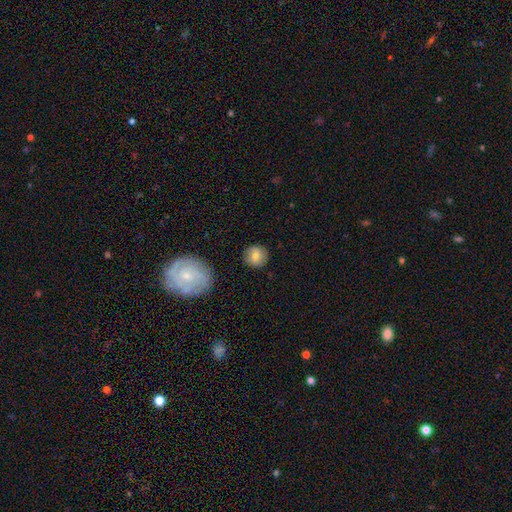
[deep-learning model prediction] smooth-or-featured: smooth: 75% | featured or disk: 16% | star or artifact: 9%
  how-rounded: round: 92% | in between: 7% | cigar-shaped: 1%
  merging: none: 87% | minor disturbance: 8% | major disturbance: 2% | merger: 2%